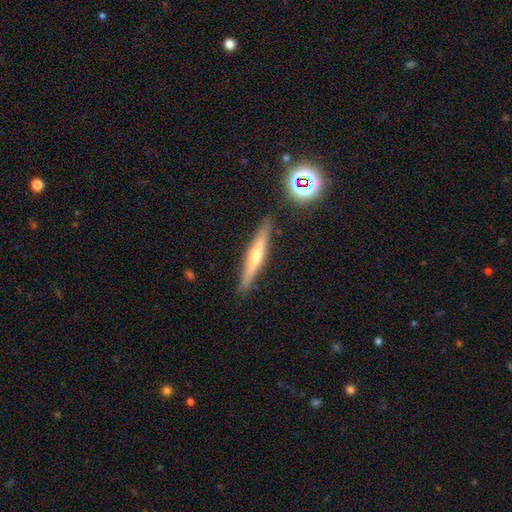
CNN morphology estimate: Q: Smooth or featured?
A: featured or disk (61%); runner-up: smooth (29%)
Q: Edge-on disk?
A: yes (95%); runner-up: no (5%)
Q: Edge-on bulge?
A: rounded (85%); runner-up: none (11%)
Q: Merging?
A: none (89%); runner-up: minor disturbance (8%)